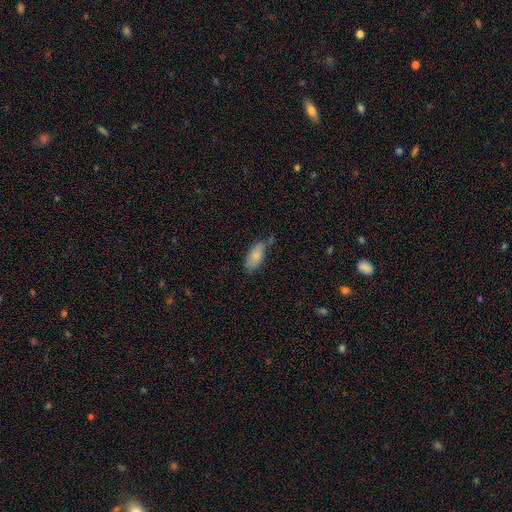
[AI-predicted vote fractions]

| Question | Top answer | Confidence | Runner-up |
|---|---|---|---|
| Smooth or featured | smooth | 83% | featured or disk (11%) |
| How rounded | in between | 86% | cigar-shaped (11%) |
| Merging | none | 54% | minor disturbance (32%) |